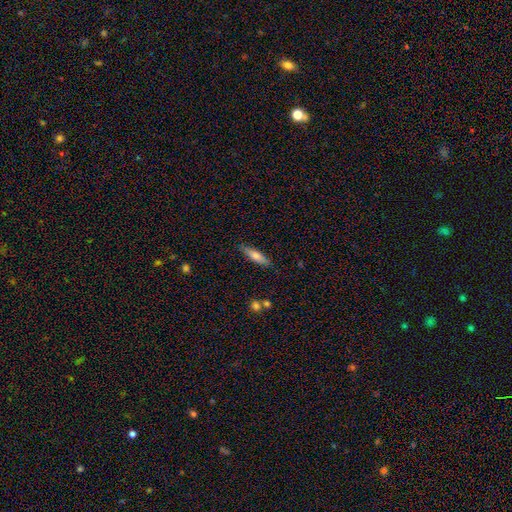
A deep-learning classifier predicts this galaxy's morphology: Smooth or featured? smooth (69%)
How rounded? cigar-shaped (67%)
Merging? none (84%)